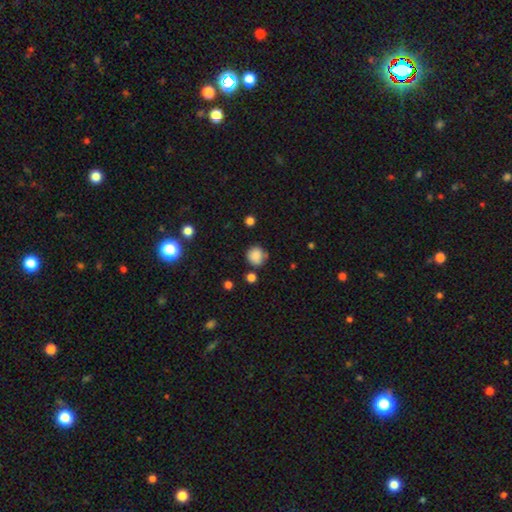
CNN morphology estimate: This appears to be a smooth galaxy with no disk features (85%) that is round (88%). Merging: none (72%).